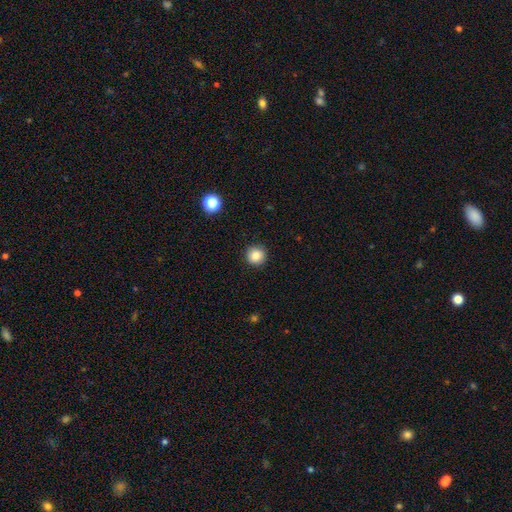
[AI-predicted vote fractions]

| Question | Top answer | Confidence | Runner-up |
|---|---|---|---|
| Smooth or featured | smooth | 86% | star or artifact (10%) |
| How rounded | round | 94% | in between (5%) |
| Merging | none | 92% | minor disturbance (5%) |